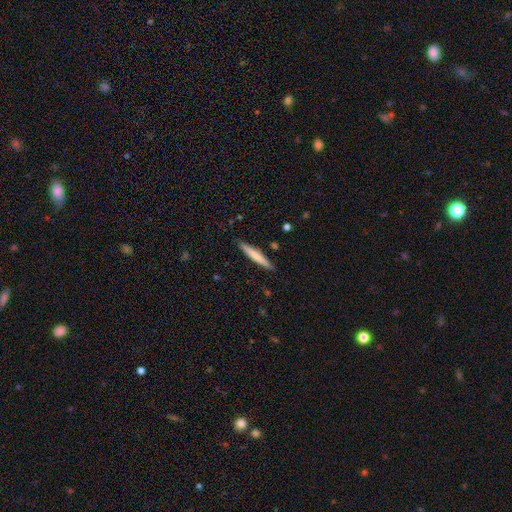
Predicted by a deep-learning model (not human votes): Smooth or featured?
  - smooth: 65% *
  - featured or disk: 29%
  - star or artifact: 5%
How rounded?
  - cigar-shaped: 94% *
  - in between: 5%
  - round: 1%
Merging?
  - none: 89% *
  - minor disturbance: 8%
  - major disturbance: 2%
  - merger: 1%